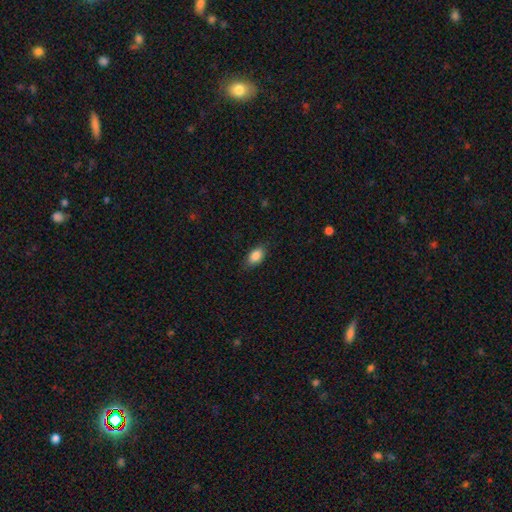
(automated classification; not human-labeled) Smooth or featured? Predicted: smooth (p=0.86). How rounded? Predicted: in between (p=0.89). Merging? Predicted: none (p=0.81).